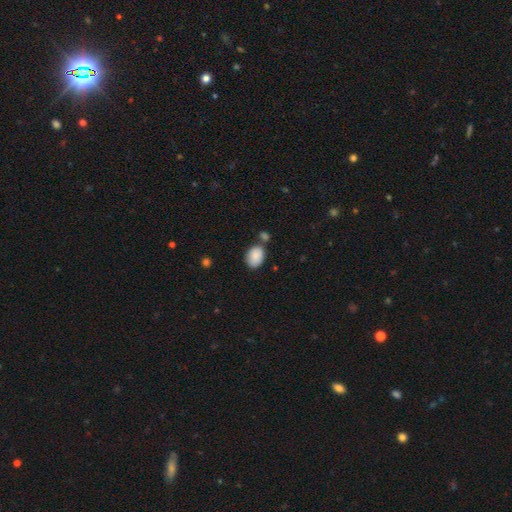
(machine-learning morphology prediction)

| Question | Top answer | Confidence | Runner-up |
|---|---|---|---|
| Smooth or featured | smooth | 87% | star or artifact (7%) |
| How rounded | in between | 78% | round (21%) |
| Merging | none | 64% | minor disturbance (16%) |